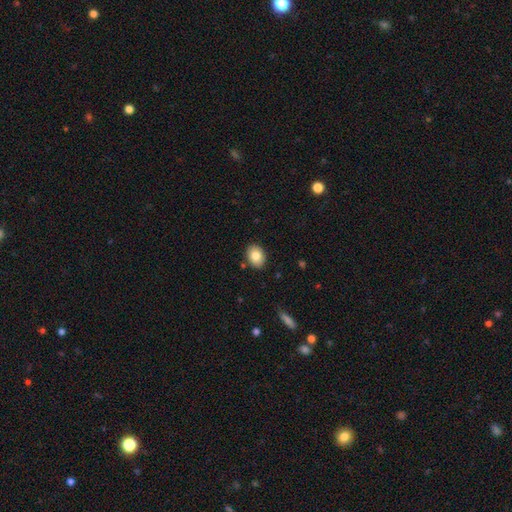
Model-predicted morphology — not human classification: smooth_or_featured: smooth (p=0.82) [alt: featured or disk p=0.11]
how_rounded: in between (p=0.71) [alt: round p=0.28]
merging: none (p=0.87) [alt: minor disturbance p=0.09]